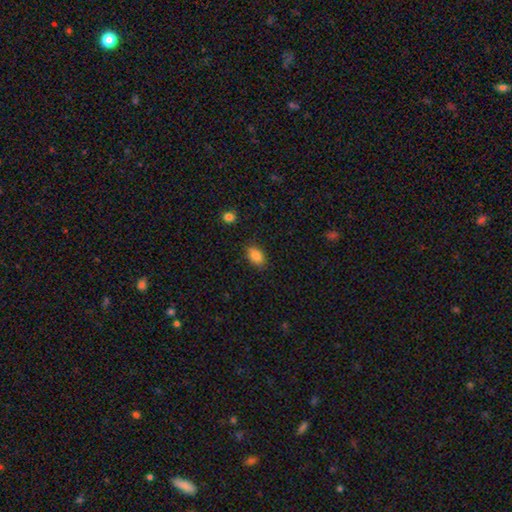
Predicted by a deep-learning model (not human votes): Smooth or featured?
  - smooth: 86% *
  - star or artifact: 8%
  - featured or disk: 5%
How rounded?
  - in between: 87% *
  - round: 11%
  - cigar-shaped: 2%
Merging?
  - none: 85% *
  - minor disturbance: 11%
  - major disturbance: 3%
  - merger: 1%